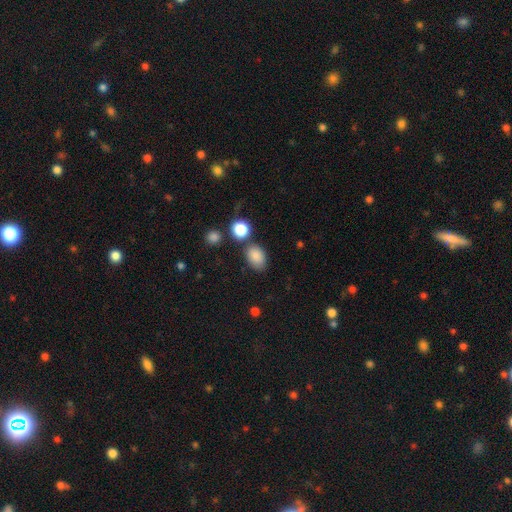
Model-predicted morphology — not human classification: This is clearly a smooth galaxy (85%). How rounded: clearly in between (82%). Merging: likely none (72%).